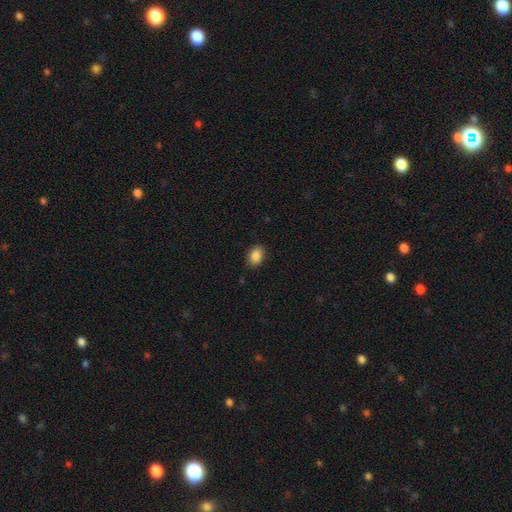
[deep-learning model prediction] The model was most divided on "how rounded": in between: 81%, round: 18%, cigar-shaped: 1%. More confident: smooth or featured — smooth (88%); merging — none (87%).